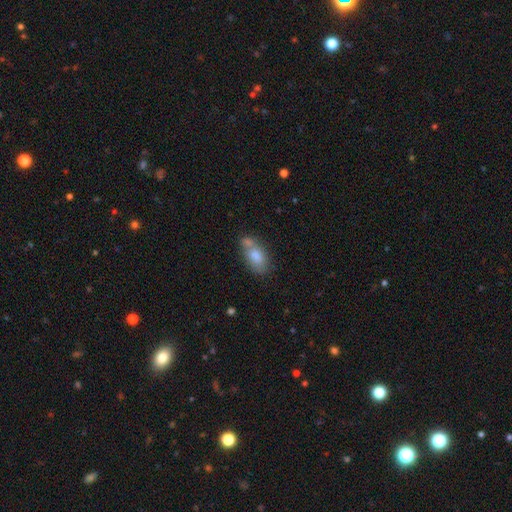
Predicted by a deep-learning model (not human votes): Smooth or featured?
  - smooth: 78% *
  - featured or disk: 15%
  - star or artifact: 8%
How rounded?
  - in between: 89% *
  - round: 7%
  - cigar-shaped: 4%
Merging?
  - none: 42% *
  - merger: 34%
  - minor disturbance: 18%
  - major disturbance: 6%